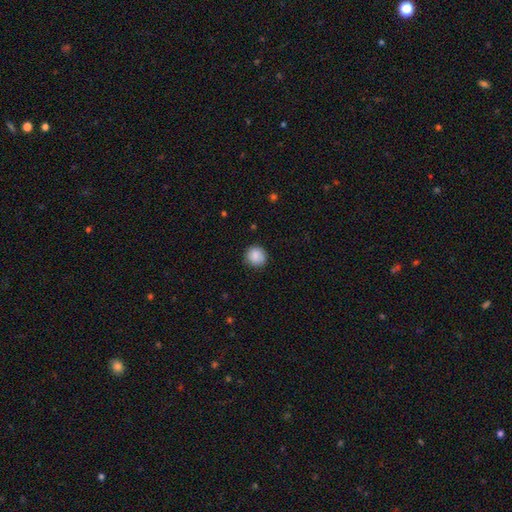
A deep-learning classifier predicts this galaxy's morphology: A smooth galaxy with no disk features (88%) that is round (90%).

Vote fractions:
- Smooth or featured? smooth: 88% / star or artifact: 8% / featured or disk: 4%
- How rounded? round: 90% / in between: 9% / cigar-shaped: 1%
- Merging? none: 86% / minor disturbance: 10% / major disturbance: 2% / merger: 1%